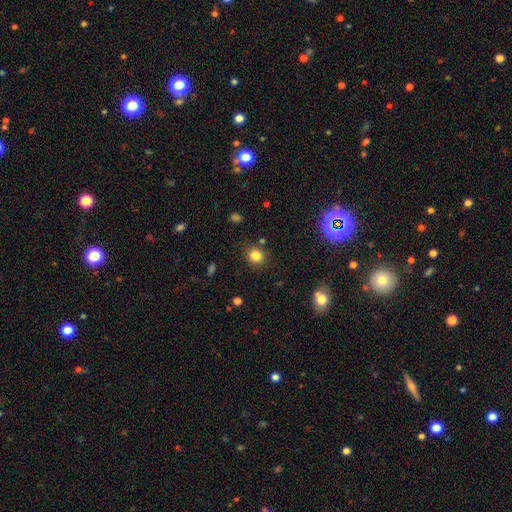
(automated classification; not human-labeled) smooth-or-featured: smooth: 81% | star or artifact: 13% | featured or disk: 6%
  how-rounded: round: 79% | in between: 20% | cigar-shaped: 1%
  merging: none: 83% | minor disturbance: 10% | merger: 4% | major disturbance: 3%